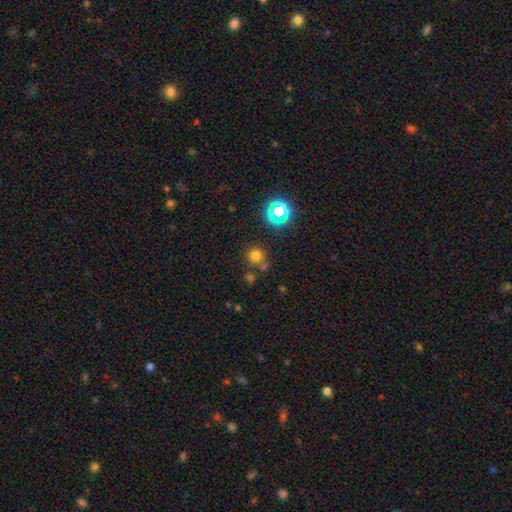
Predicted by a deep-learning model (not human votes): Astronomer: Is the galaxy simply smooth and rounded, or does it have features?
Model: smooth — 69%.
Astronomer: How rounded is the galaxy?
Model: round — 91%.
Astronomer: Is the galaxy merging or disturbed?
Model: none — 70%.